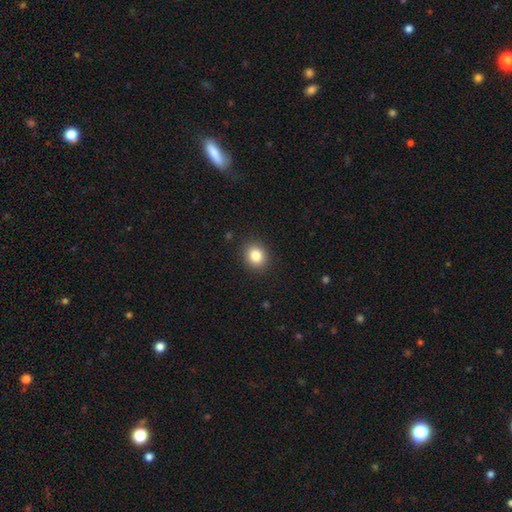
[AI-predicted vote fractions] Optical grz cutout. It shows a smooth galaxy with no disk features (84%) that is round (69%). Merging: none (90%).